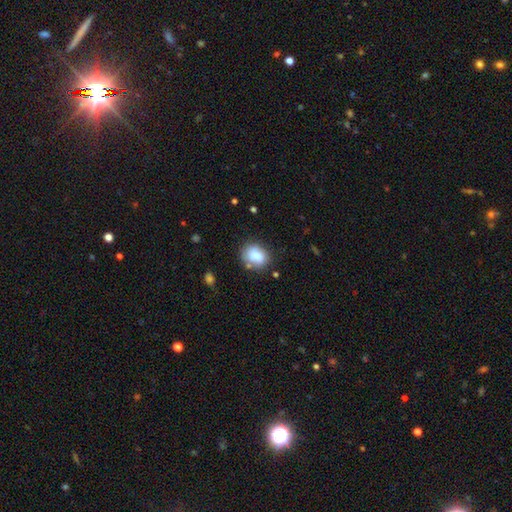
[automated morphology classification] Smooth or featured? Predicted: smooth (p=0.82). How rounded? Predicted: in between (p=0.53). Merging? Predicted: none (p=0.64).